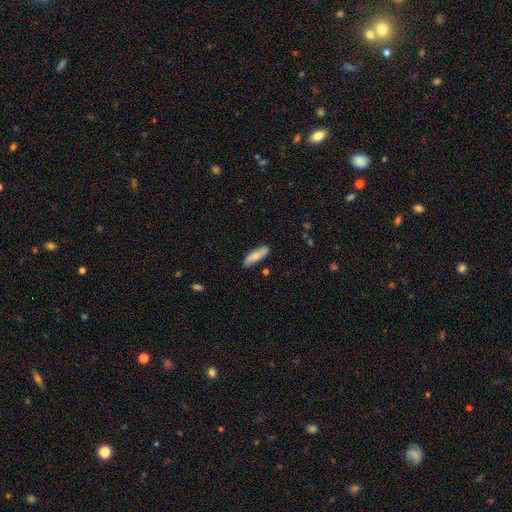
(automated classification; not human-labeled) A smooth galaxy with no disk features (78%) that is cigar-shaped (57%).

Vote fractions:
- Smooth or featured? smooth: 78% / featured or disk: 16% / star or artifact: 6%
- How rounded? cigar-shaped: 57% / in between: 42% / round: 2%
- Merging? none: 83% / minor disturbance: 13% / major disturbance: 2% / merger: 2%